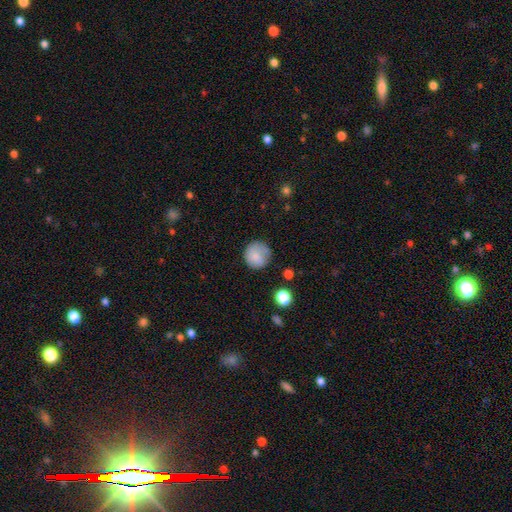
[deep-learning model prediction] Smooth or featured: smooth — 79% (featured or disk — 13%)
How rounded: round — 90% (in between — 9%)
Merging: none — 69% (minor disturbance — 21%)